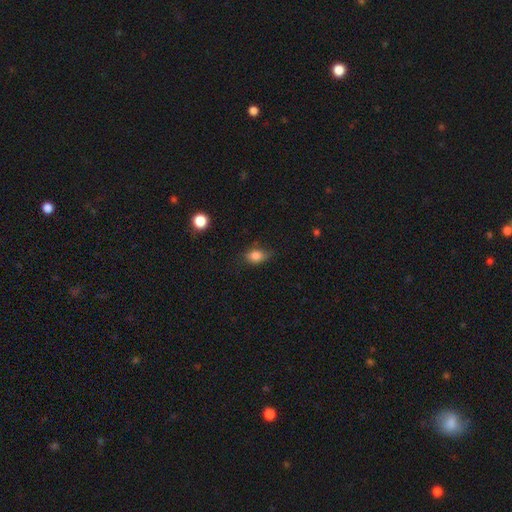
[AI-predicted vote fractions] Smooth or featured? Predicted: smooth (p=0.83). How rounded? Predicted: in between (p=0.75). Merging? Predicted: none (p=0.63).